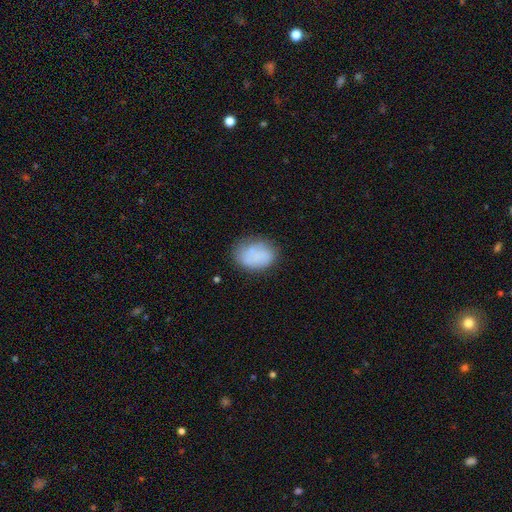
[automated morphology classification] Smooth or featured?
  - smooth: 72% *
  - featured or disk: 20%
  - star or artifact: 8%
How rounded?
  - in between: 70% *
  - round: 28%
  - cigar-shaped: 1%
Merging?
  - none: 66% *
  - minor disturbance: 22%
  - major disturbance: 8%
  - merger: 4%